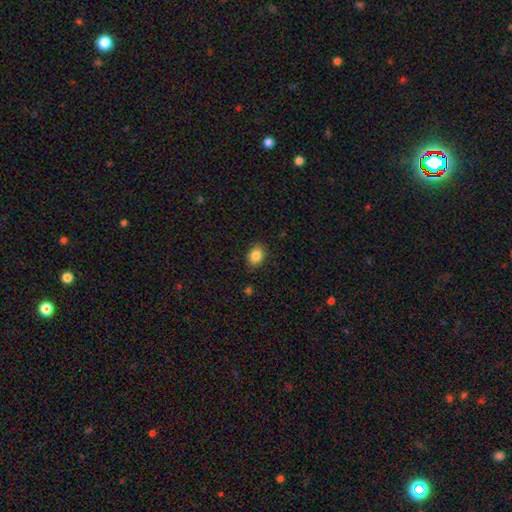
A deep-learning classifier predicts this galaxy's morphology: smooth_or_featured: smooth (p=0.86) [alt: star or artifact p=0.09]
how_rounded: in between (p=0.65) [alt: round p=0.34]
merging: none (p=0.85) [alt: minor disturbance p=0.12]